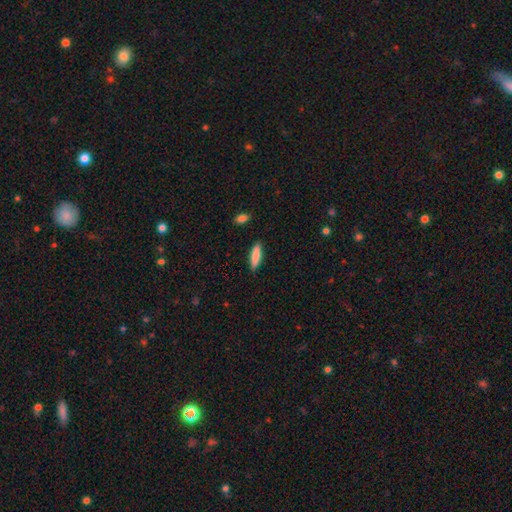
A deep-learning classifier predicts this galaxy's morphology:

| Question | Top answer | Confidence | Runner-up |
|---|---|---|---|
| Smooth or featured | smooth | 84% | featured or disk (10%) |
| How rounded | cigar-shaped | 67% | in between (32%) |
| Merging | none | 88% | minor disturbance (9%) |